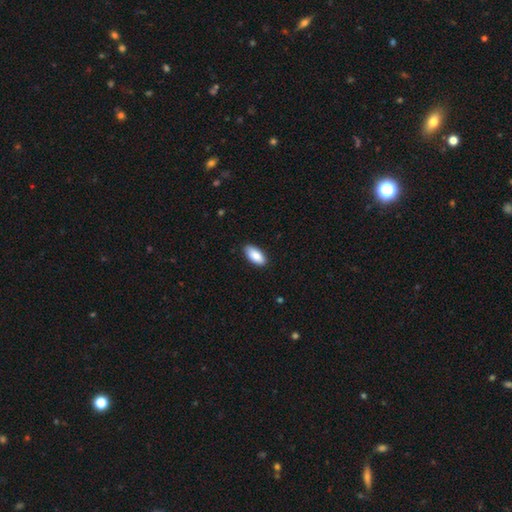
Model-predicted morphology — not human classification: Overall: smooth (88%). How rounded: in between (91%). Merging: none (87%).